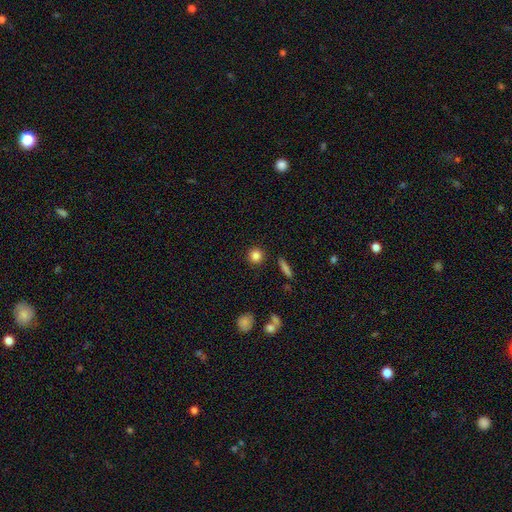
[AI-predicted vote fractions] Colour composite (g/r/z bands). It shows a smooth galaxy with no disk features (84%) that is round (92%). Merging: none (90%).